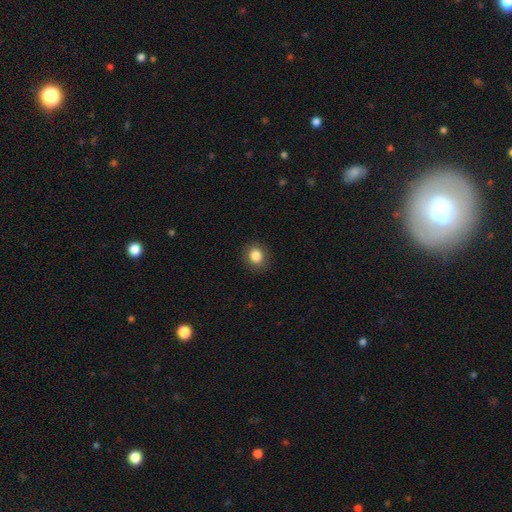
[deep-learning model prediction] Overall: smooth (85%). How rounded: round (72%). Merging: none (89%).